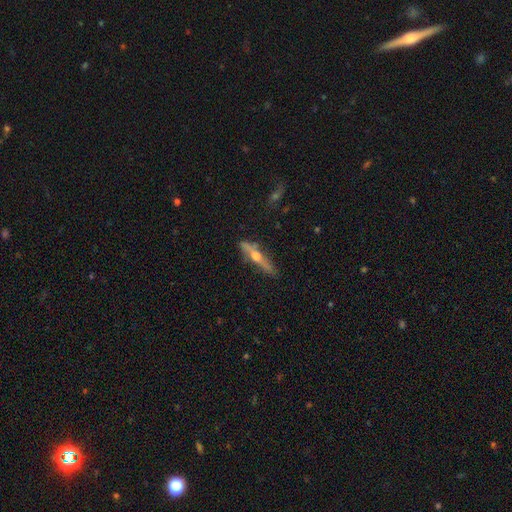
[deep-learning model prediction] Smooth or featured: featured or disk — 70% (smooth — 23%)
Edge-on disk: yes — 95% (no — 5%)
Edge-on bulge: rounded — 94% (none — 3%)
Merging: none — 79% (minor disturbance — 14%)